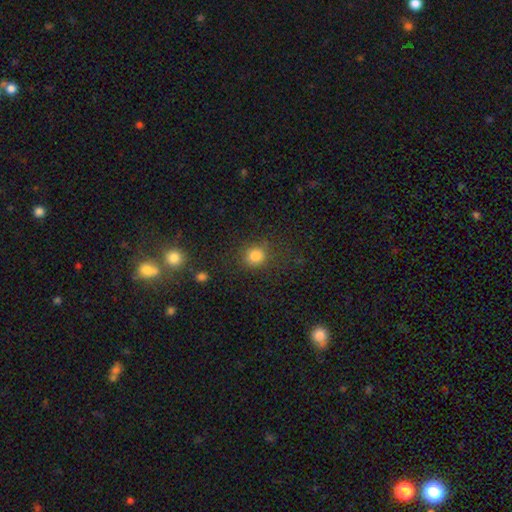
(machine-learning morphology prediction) This appears to be a smooth galaxy with no disk features (81%) that is round (78%). Merging: none (76%).